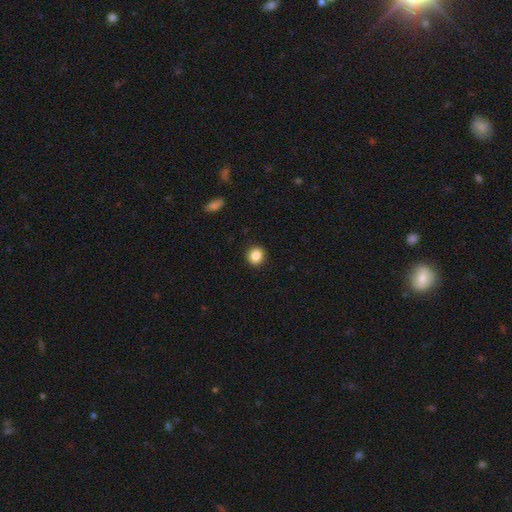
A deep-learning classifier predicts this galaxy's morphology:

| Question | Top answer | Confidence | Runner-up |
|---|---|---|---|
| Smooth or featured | smooth | 87% | star or artifact (10%) |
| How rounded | round | 87% | in between (12%) |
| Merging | none | 92% | minor disturbance (5%) |